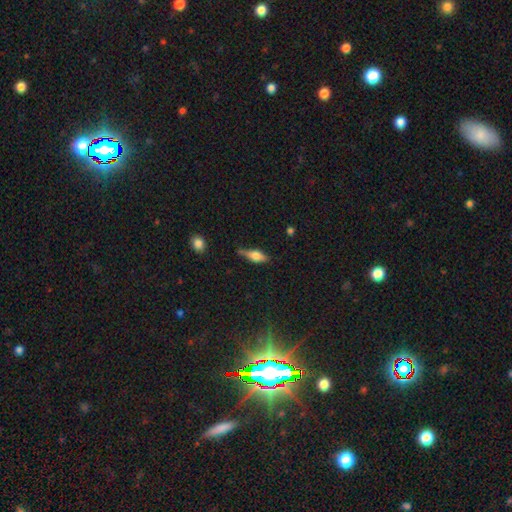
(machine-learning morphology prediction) A smooth galaxy with no disk features (47%).

Vote fractions:
- Smooth or featured? smooth: 47% / featured or disk: 45% / star or artifact: 8%
- Merging? none: 68% / minor disturbance: 22% / major disturbance: 6% / merger: 4%